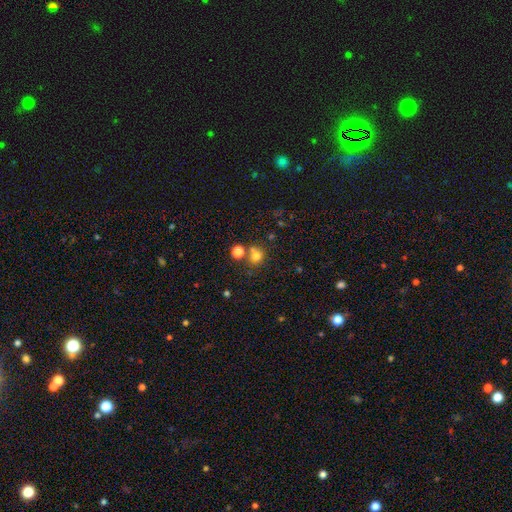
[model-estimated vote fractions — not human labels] This is likely a smooth galaxy (74%). How rounded: clearly round (81%). Merging: possibly none (58%).